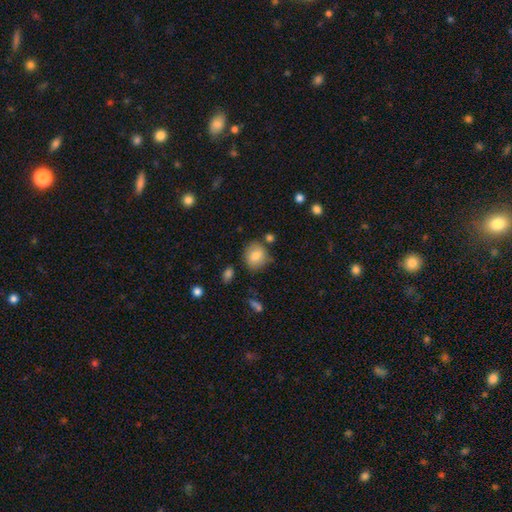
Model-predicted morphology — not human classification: Smooth or featured? smooth (80%)
How rounded? round (74%)
Merging? none (75%)